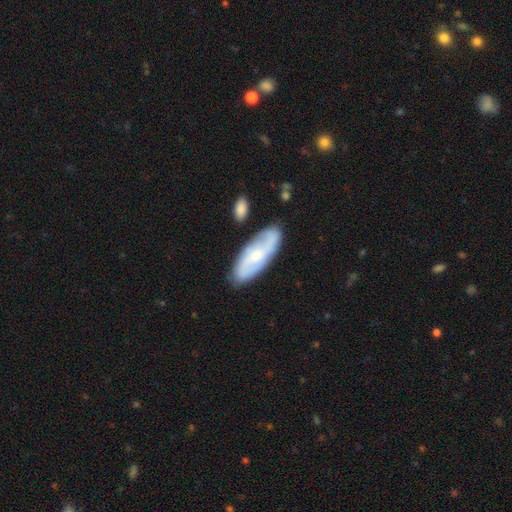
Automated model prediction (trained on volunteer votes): This is possibly a featured or disk galaxy (53%). It is clearly not viewed edge-on (86%). Merging: likely none (76%).